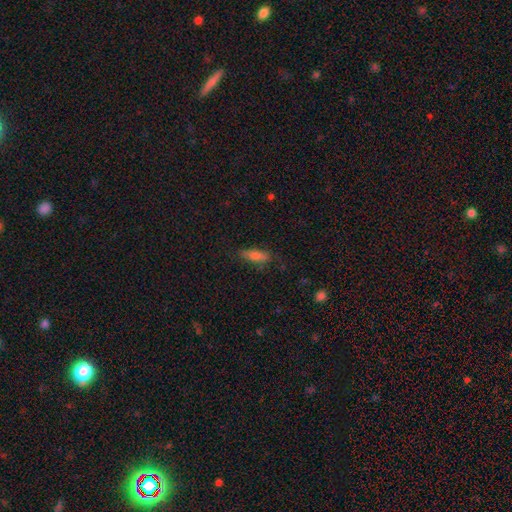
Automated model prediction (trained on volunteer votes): This appears to be a smooth galaxy with no disk features (64%) that is cigar-shaped (52%). Merging: none (79%).